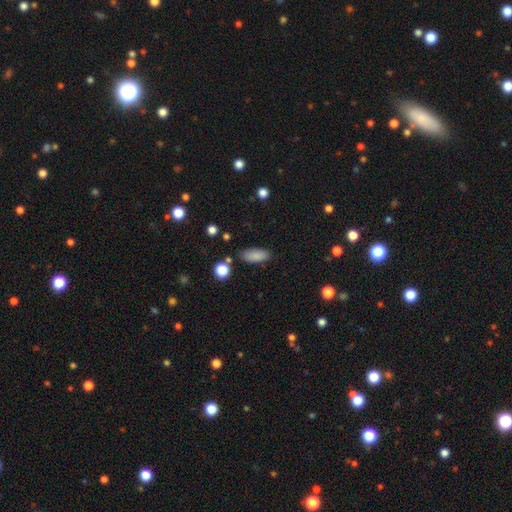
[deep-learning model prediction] Overall: smooth (86%). How rounded: in between (80%). Merging: none (82%).